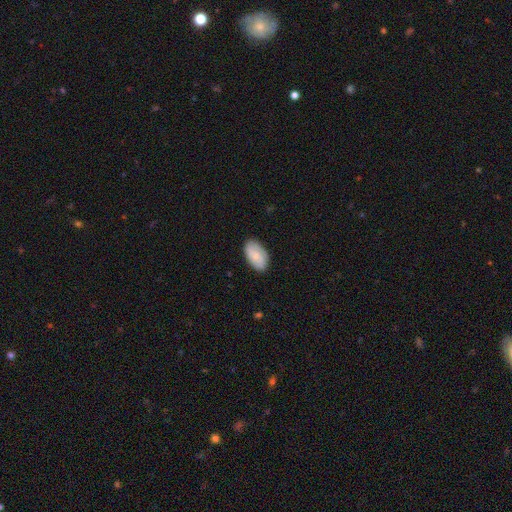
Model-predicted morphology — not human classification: Smooth or featured?
  - smooth: 71% *
  - featured or disk: 23%
  - star or artifact: 6%
How rounded?
  - in between: 94% *
  - round: 4%
  - cigar-shaped: 2%
Merging?
  - none: 82% *
  - minor disturbance: 15%
  - major disturbance: 3%
  - merger: 1%